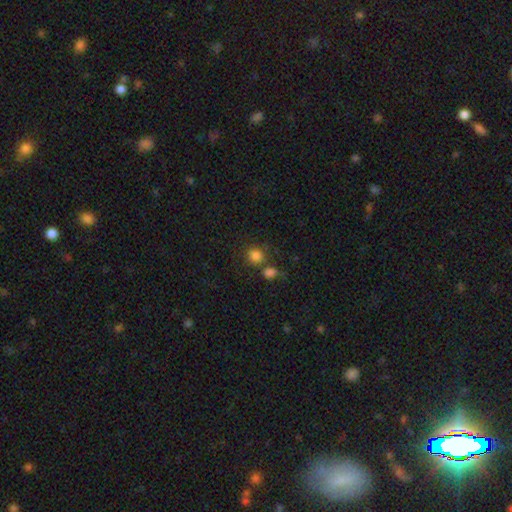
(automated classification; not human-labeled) Smooth or featured: smooth — 83% (star or artifact — 12%)
How rounded: round — 86% (in between — 13%)
Merging: none — 64% (merger — 22%)